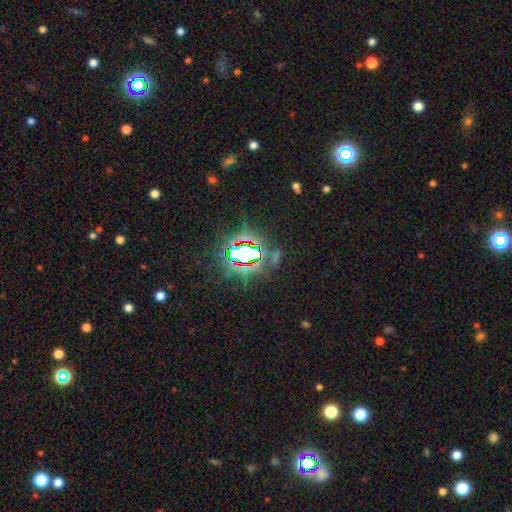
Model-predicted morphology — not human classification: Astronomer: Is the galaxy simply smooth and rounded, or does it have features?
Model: star or artifact — 82%.